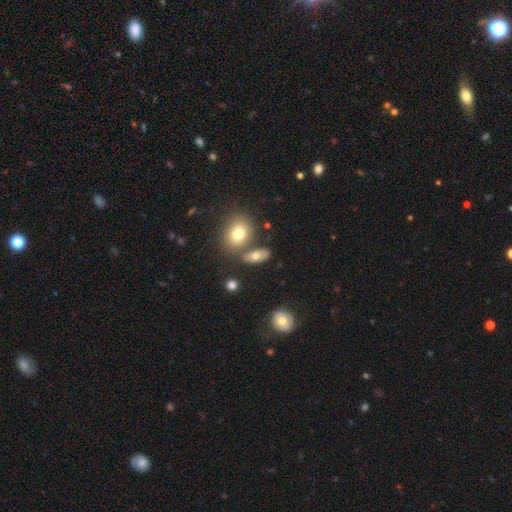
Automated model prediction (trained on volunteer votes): smooth 68%, featured or disk 21%, star or artifact 11%. Down the decision tree: how rounded — in between (80%); merging — none (68%).